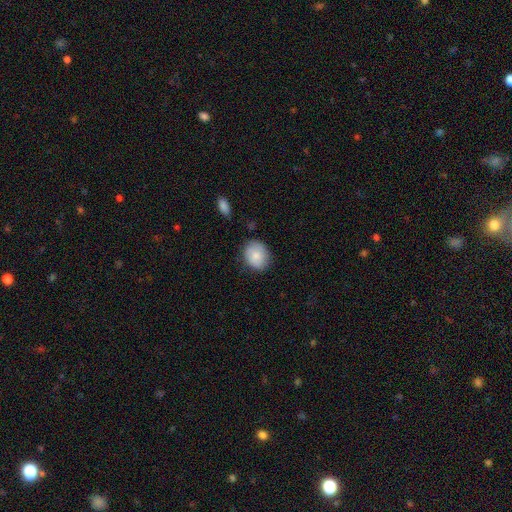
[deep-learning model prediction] smooth_or_featured: smooth (p=0.79) [alt: featured or disk p=0.14]
how_rounded: round (p=0.56) [alt: in between p=0.43]
merging: none (p=0.76) [alt: minor disturbance p=0.18]